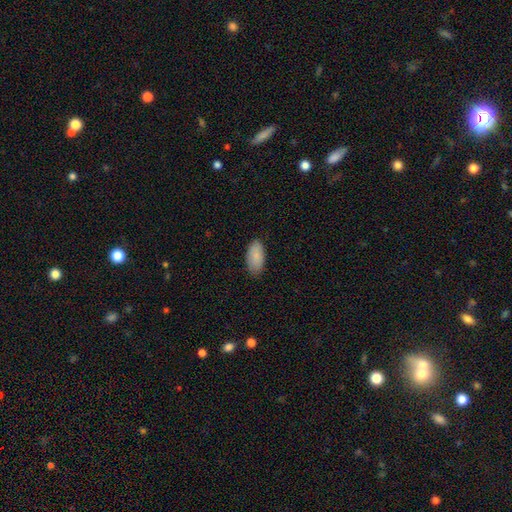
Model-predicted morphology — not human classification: Smooth or featured? smooth (87%)
How rounded? in between (93%)
Merging? none (83%)